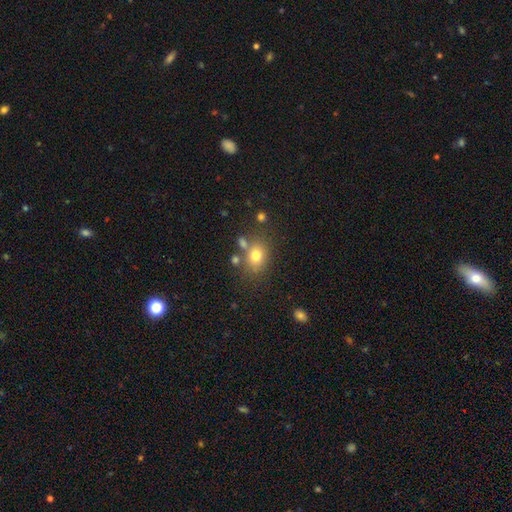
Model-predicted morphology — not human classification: A smooth galaxy with no disk features (75%) that is in between round and cigar-shaped (53%). Merging: none (67%).